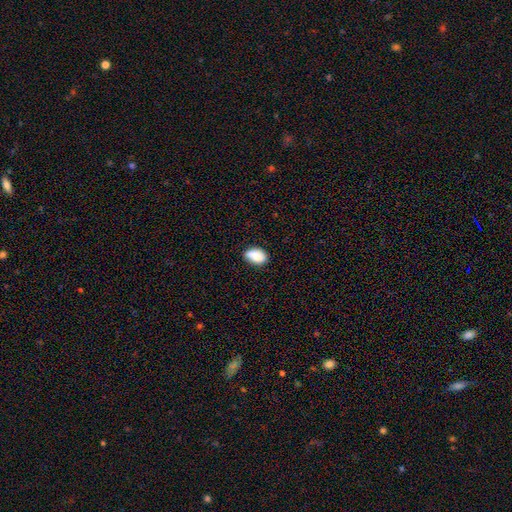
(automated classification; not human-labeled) A smooth galaxy with no disk features (88%) that is in between round and cigar-shaped (88%). Merging: none (76%).